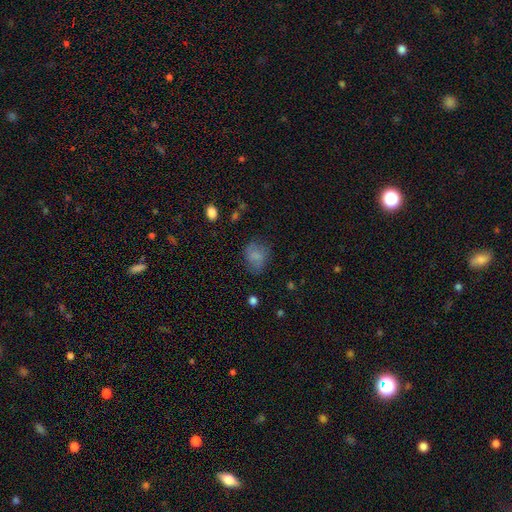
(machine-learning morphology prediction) type=smooth (74%); roundness=in between (55%); merging=none (63%).